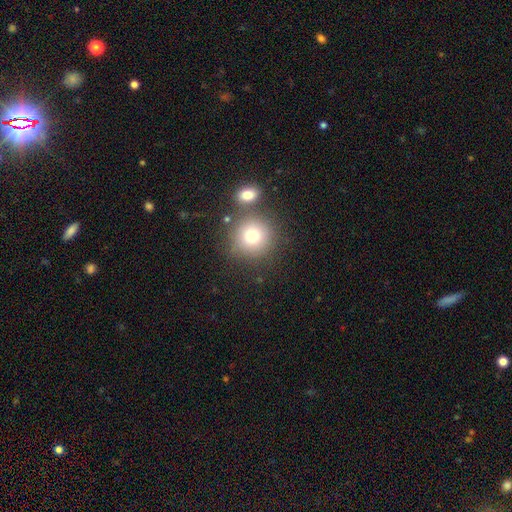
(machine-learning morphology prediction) Q: Smooth or featured?
A: smooth (71%); runner-up: star or artifact (19%)
Q: How rounded?
A: round (92%); runner-up: in between (7%)
Q: Merging?
A: none (72%); runner-up: merger (17%)